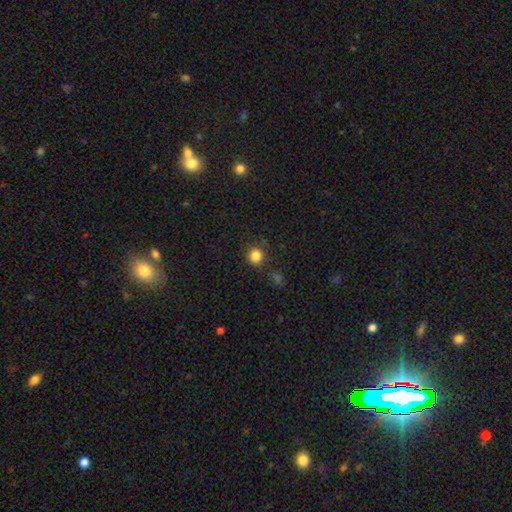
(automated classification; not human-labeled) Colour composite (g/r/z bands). It shows a smooth galaxy with no disk features (84%) that is round (92%). Merging: none (86%).